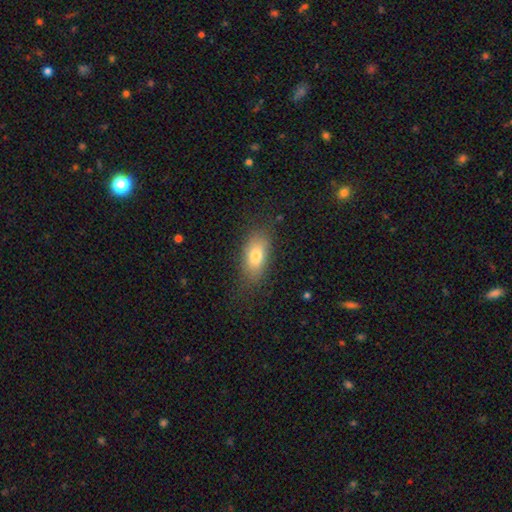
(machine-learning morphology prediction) smooth 78%, featured or disk 14%, star or artifact 8%. Down the decision tree: how rounded — in between (85%); merging — none (77%).